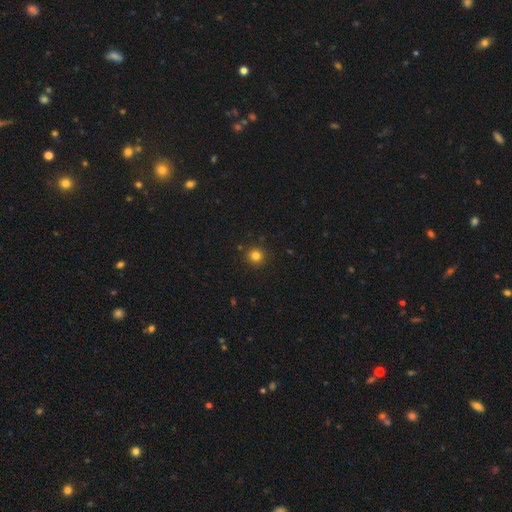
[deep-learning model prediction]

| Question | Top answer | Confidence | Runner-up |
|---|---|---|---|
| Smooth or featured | smooth | 81% | star or artifact (14%) |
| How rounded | round | 94% | in between (5%) |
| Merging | none | 91% | minor disturbance (5%) |